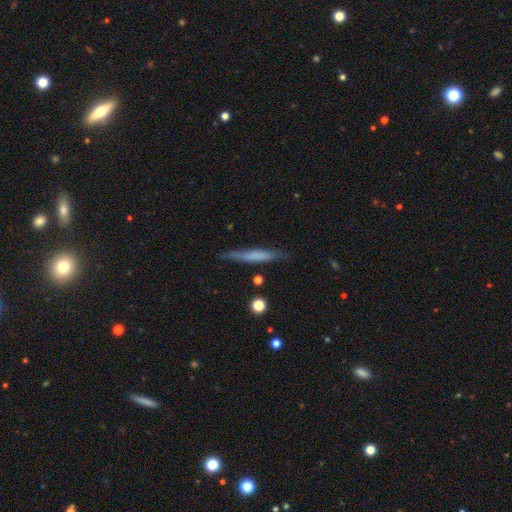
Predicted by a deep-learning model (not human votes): A smooth galaxy with no disk features (58%) that is cigar-shaped (94%).

Vote fractions:
- Smooth or featured? smooth: 58% / featured or disk: 35% / star or artifact: 6%
- How rounded? cigar-shaped: 94% / in between: 5% / round: 2%
- Merging? none: 83% / minor disturbance: 12% / major disturbance: 3% / merger: 2%